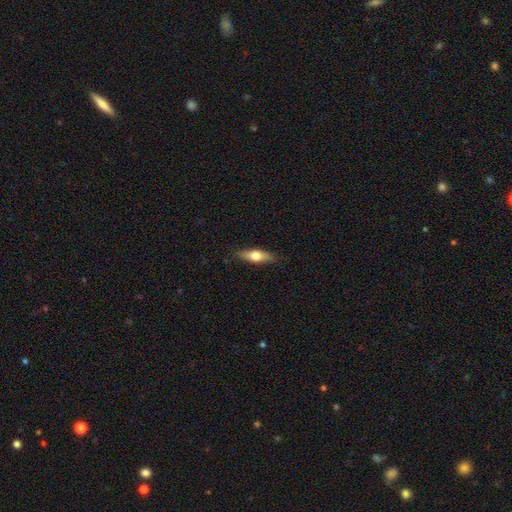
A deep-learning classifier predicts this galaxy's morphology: type=smooth (59%); roundness=cigar-shaped (52%); merging=none (87%).